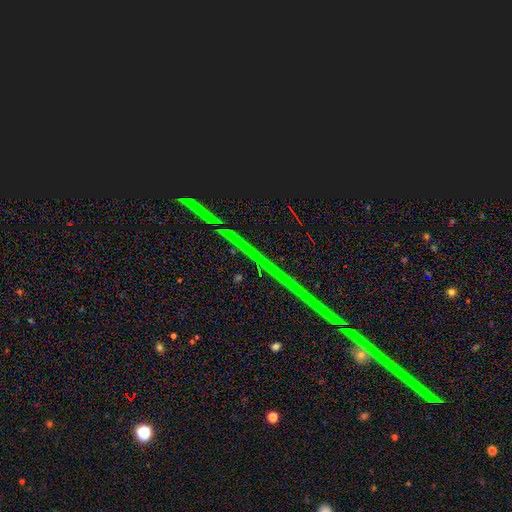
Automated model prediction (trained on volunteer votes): This is clearly a star or artifact rather than a galaxy (88%).